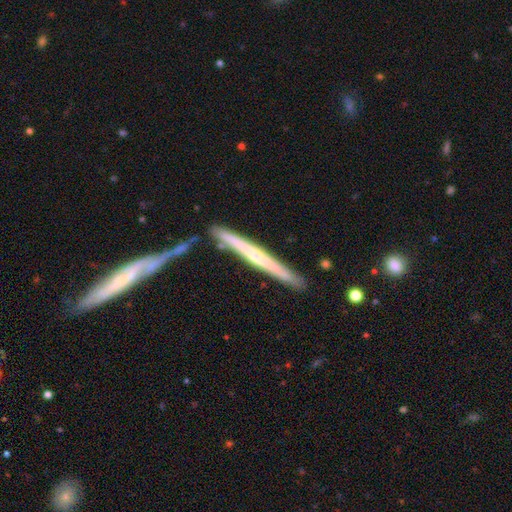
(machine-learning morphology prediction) Q: Smooth or featured?
A: featured or disk (64%); runner-up: smooth (31%)
Q: Edge-on disk?
A: yes (95%); runner-up: no (5%)
Q: Edge-on bulge?
A: rounded (48%); runner-up: none (47%)
Q: Merging?
A: none (69%); runner-up: merger (15%)